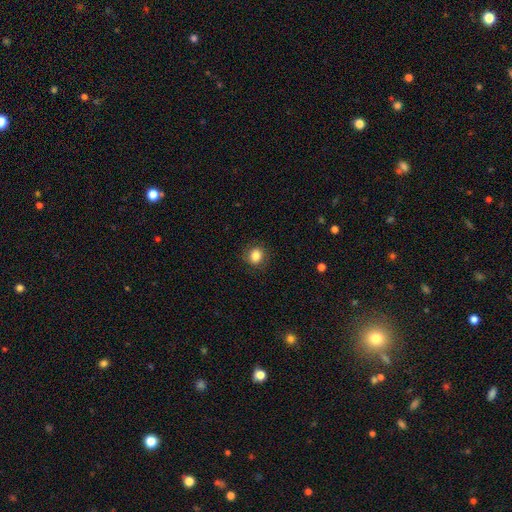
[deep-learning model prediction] Smooth or featured: smooth — 85% (star or artifact — 10%)
How rounded: round — 71% (in between — 28%)
Merging: none — 85% (minor disturbance — 10%)